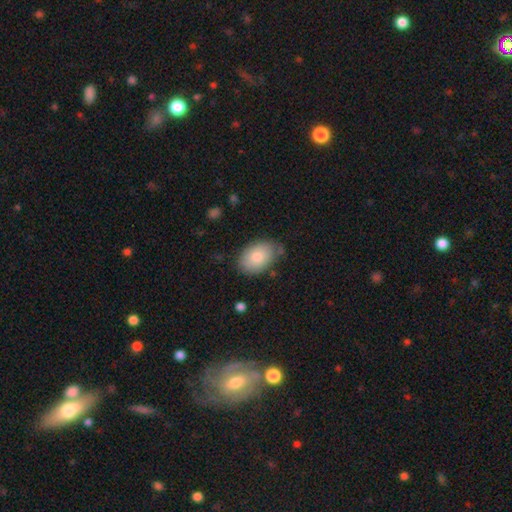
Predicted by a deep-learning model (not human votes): Smooth or featured? Predicted: smooth (p=0.82). How rounded? Predicted: in between (p=0.88). Merging? Predicted: none (p=0.73).